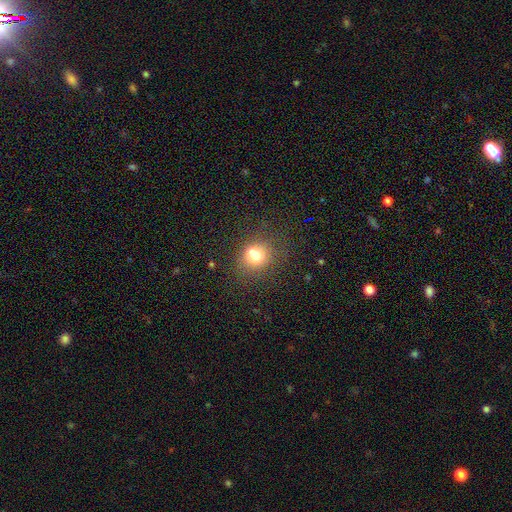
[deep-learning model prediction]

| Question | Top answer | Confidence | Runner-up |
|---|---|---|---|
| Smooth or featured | smooth | 70% | featured or disk (16%) |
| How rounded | round | 69% | in between (30%) |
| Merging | none | 53% | merger (26%) |